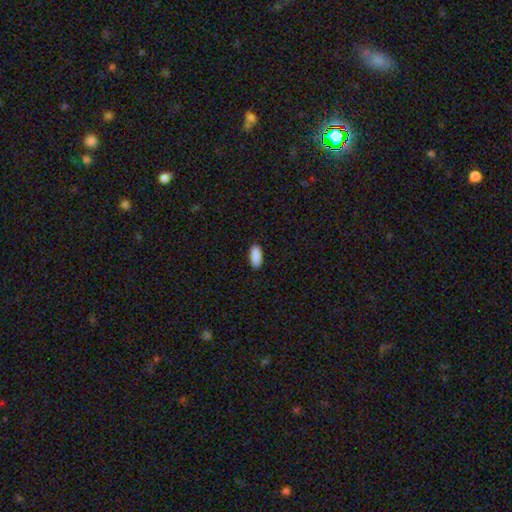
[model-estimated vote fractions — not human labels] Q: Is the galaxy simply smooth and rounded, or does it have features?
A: smooth — 91%.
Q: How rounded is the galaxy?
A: in between — 88%.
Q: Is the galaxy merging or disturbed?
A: none — 90%.